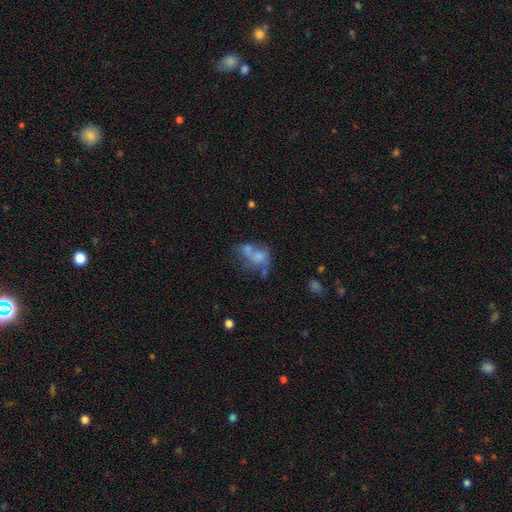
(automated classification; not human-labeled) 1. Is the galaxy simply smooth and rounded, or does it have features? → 57% smooth, 29% featured or disk, 14% star or artifact.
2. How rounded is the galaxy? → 57% in between, 40% round, 2% cigar-shaped.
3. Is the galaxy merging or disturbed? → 51% merger, 22% none, 15% major disturbance, 12% minor disturbance.